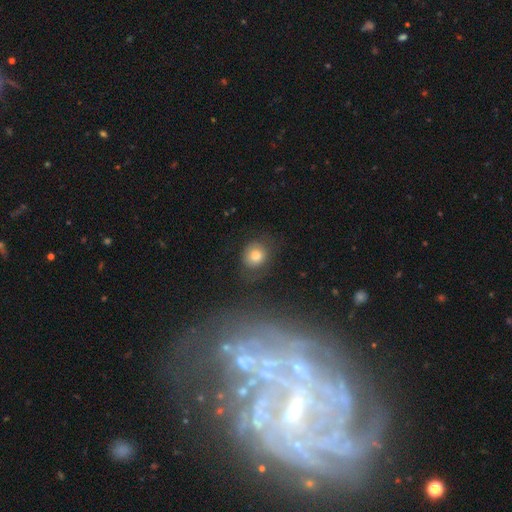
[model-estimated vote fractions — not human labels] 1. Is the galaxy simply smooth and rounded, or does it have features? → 80% smooth, 10% featured or disk, 10% star or artifact.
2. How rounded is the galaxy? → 75% round, 24% in between, 1% cigar-shaped.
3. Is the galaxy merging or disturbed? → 73% none, 17% minor disturbance, 7% major disturbance, 4% merger.